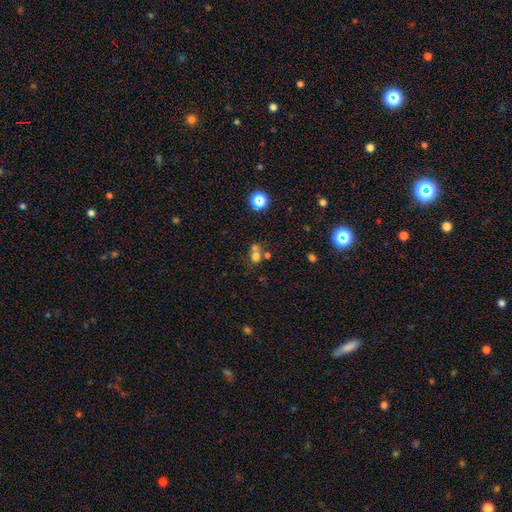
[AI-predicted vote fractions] smooth 68%, star or artifact 19%, featured or disk 13%. Down the decision tree: how rounded — round (66%); merging — merger (46%).